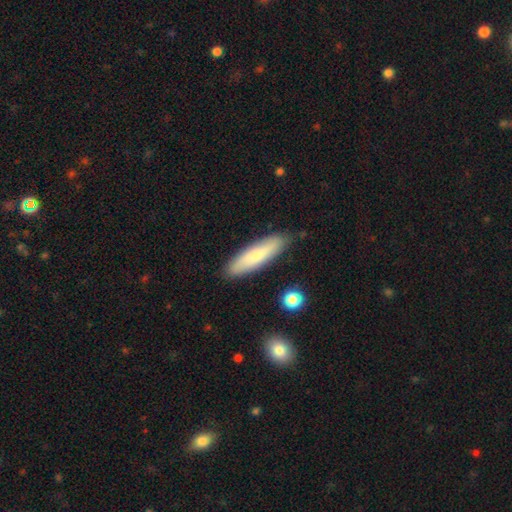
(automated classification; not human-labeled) Overall: smooth (75%). How rounded: cigar-shaped (71%). Merging: none (86%).